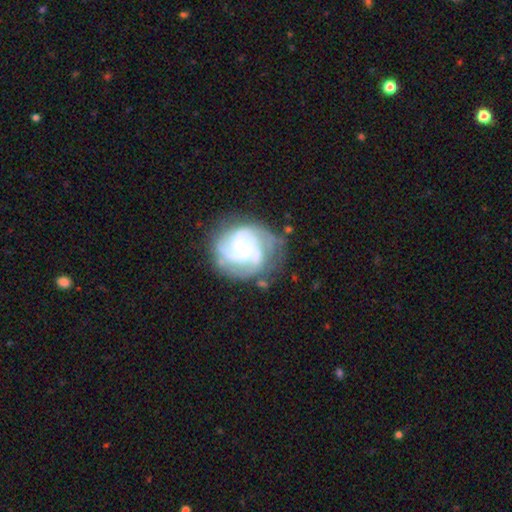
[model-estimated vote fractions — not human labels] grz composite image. It shows a featured or disk galaxy (81%) with no bar (61%), 2 (33%) tight (56%) spiral arms (92%) and a moderate central bulge (50%). Merging: none (62%).